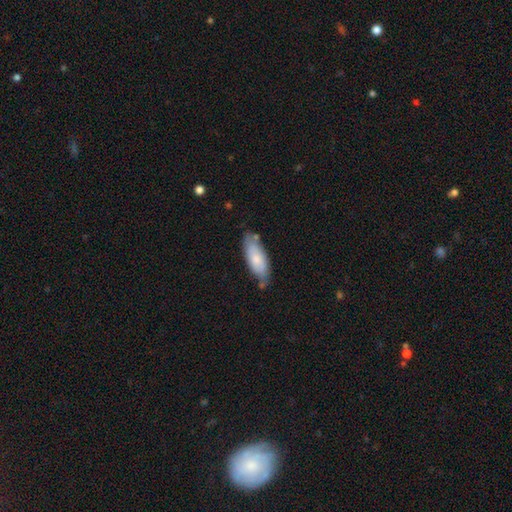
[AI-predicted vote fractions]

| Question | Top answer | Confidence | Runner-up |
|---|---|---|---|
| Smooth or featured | smooth | 72% | featured or disk (22%) |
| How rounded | in between | 70% | cigar-shaped (28%) |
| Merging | none | 70% | minor disturbance (22%) |